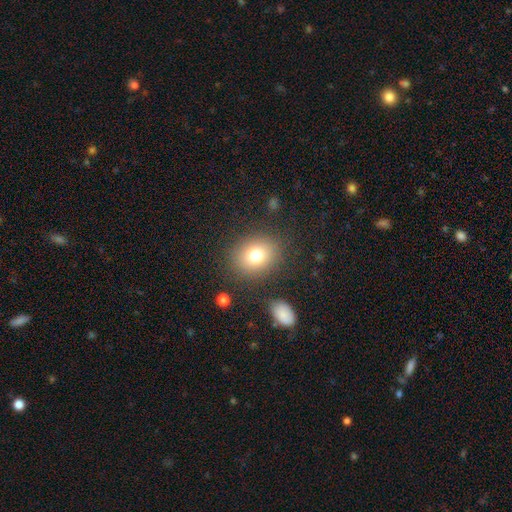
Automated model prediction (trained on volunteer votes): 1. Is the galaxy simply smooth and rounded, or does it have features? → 77% smooth, 12% star or artifact, 11% featured or disk.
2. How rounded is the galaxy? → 62% round, 37% in between, 1% cigar-shaped.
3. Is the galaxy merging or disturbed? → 84% none, 9% minor disturbance, 4% major disturbance, 2% merger.